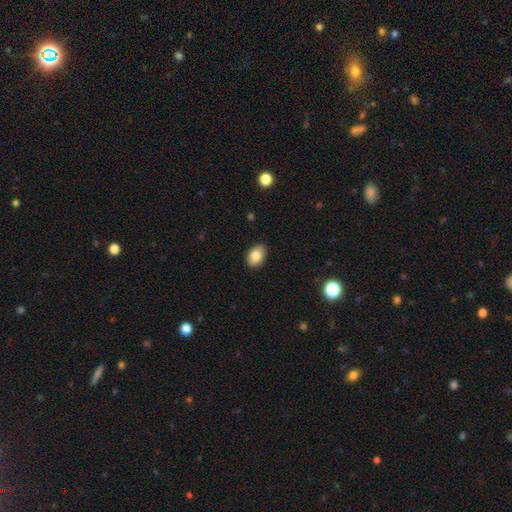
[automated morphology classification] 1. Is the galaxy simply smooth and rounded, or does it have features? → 85% smooth, 8% star or artifact, 8% featured or disk.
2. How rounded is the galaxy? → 85% in between, 14% round, 1% cigar-shaped.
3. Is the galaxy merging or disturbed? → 87% none, 10% minor disturbance, 2% major disturbance, 1% merger.